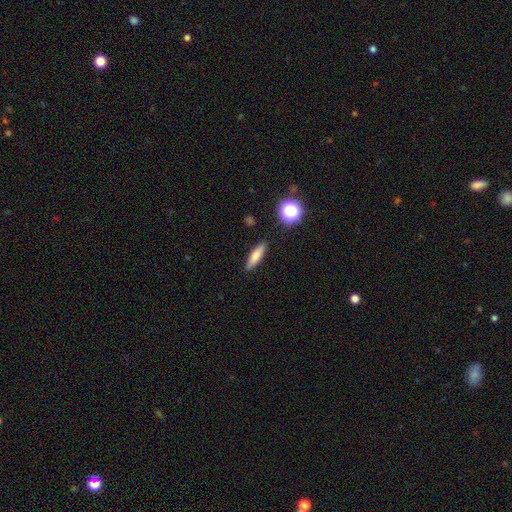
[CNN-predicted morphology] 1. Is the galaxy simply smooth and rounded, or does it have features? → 76% smooth, 15% featured or disk, 9% star or artifact.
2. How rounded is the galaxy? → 64% cigar-shaped, 32% in between, 4% round.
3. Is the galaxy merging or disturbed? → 87% none, 9% minor disturbance, 2% major disturbance, 2% merger.